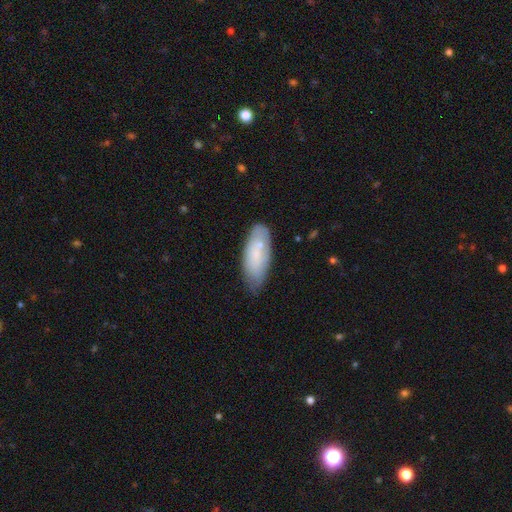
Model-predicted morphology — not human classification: Smooth or featured: smooth — 67% (featured or disk — 26%)
How rounded: in between — 79% (cigar-shaped — 19%)
Merging: none — 61% (minor disturbance — 27%)